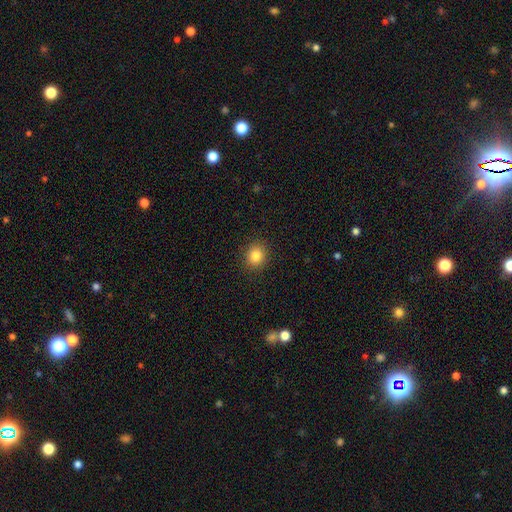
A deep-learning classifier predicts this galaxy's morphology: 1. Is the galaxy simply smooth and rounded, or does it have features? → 84% smooth, 11% star or artifact, 5% featured or disk.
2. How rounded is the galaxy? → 78% round, 21% in between, 1% cigar-shaped.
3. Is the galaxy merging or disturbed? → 90% none, 7% minor disturbance, 2% major disturbance, 1% merger.